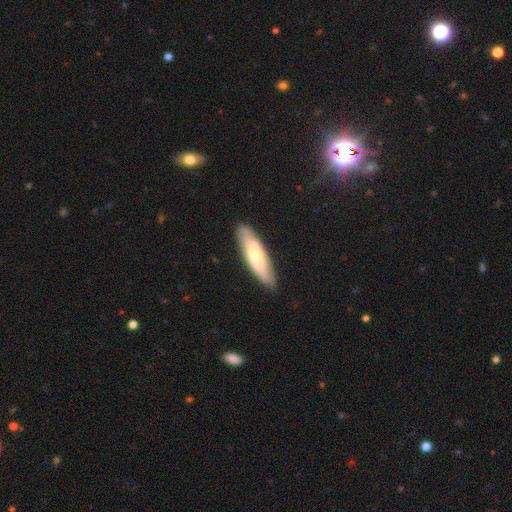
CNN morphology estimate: Overall: smooth (57%; featured or disk 38%). How rounded: cigar-shaped (58%; in between 40%). Merging: none (85%).